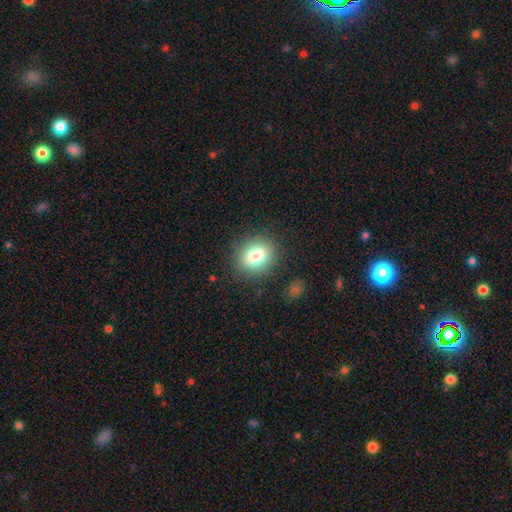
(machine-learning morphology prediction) smooth 80%, star or artifact 10%, featured or disk 10%. Down the decision tree: how rounded — round (50%); merging — none (86%).